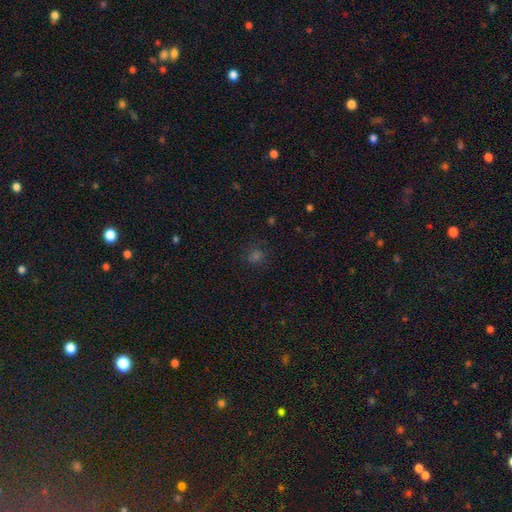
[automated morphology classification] smooth_or_featured: smooth (p=0.55) [alt: star or artifact p=0.37]
how_rounded: round (p=0.84) [alt: in between p=0.15]
merging: none (p=0.82) [alt: minor disturbance p=0.11]